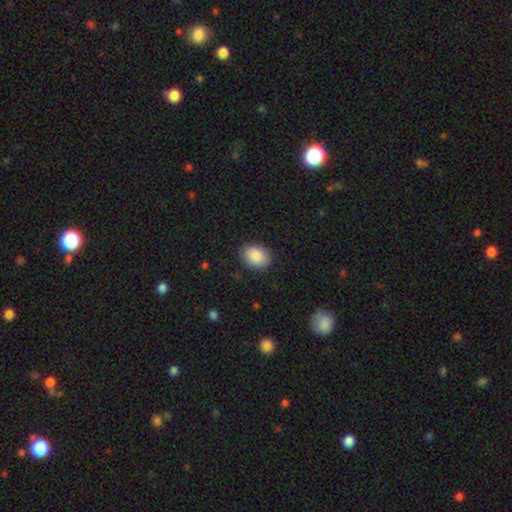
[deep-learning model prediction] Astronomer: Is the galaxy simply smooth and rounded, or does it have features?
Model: smooth — 88%.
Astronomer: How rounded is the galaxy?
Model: in between — 64%.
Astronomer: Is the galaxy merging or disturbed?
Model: none — 88%.